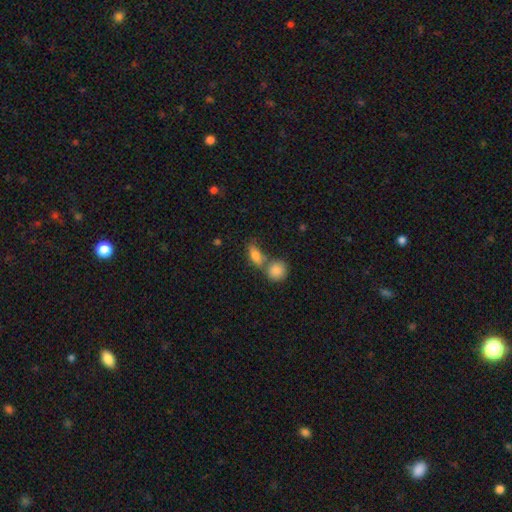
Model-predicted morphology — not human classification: Smooth or featured: smooth — 80% (featured or disk — 11%)
How rounded: in between — 78% (round — 12%)
Merging: none — 45% (merger — 40%)